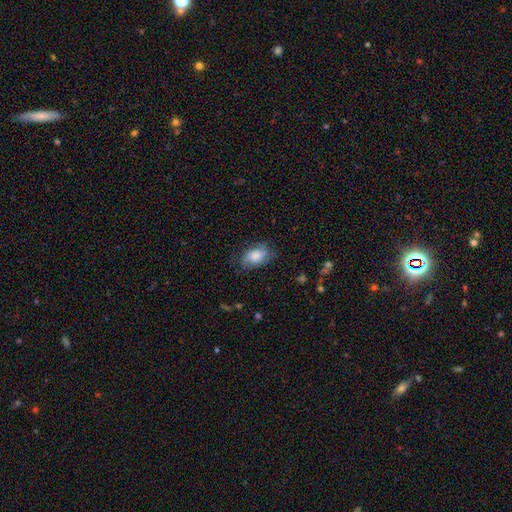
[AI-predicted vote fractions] A smooth galaxy with no disk features (73%) that is in between round and cigar-shaped (89%).

Vote fractions:
- Smooth or featured? smooth: 73% / featured or disk: 19% / star or artifact: 7%
- How rounded? in between: 89% / round: 9% / cigar-shaped: 2%
- Merging? none: 63% / minor disturbance: 26% / major disturbance: 10% / merger: 1%